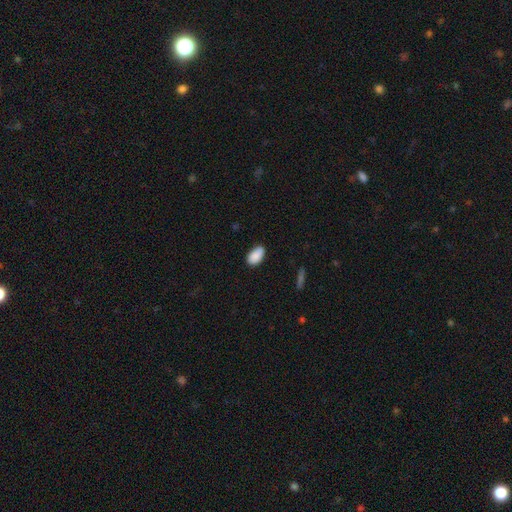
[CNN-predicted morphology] Smooth or featured: smooth — 88% (star or artifact — 7%)
How rounded: in between — 93% (round — 5%)
Merging: none — 75% (minor disturbance — 20%)